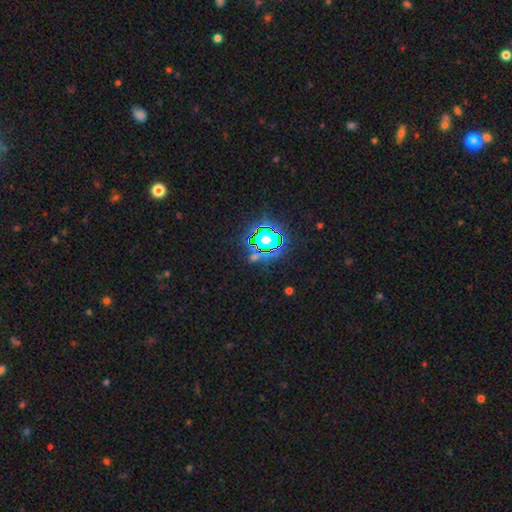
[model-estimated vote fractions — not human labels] smooth_or_featured: star or artifact (p=0.76) [alt: smooth p=0.16]